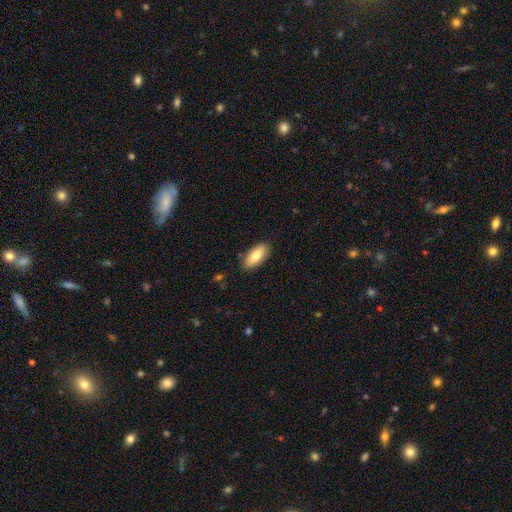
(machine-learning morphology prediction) Smooth or featured? smooth (79%)
How rounded? in between (84%)
Merging? none (87%)